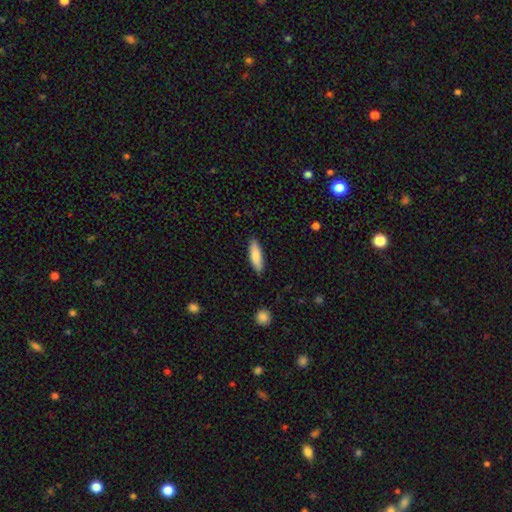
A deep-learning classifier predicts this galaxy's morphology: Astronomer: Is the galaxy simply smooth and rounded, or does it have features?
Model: smooth — 82%.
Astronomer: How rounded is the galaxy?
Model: cigar-shaped — 52% (runner-up: in between, 46%).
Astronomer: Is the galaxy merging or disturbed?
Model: none — 88%.